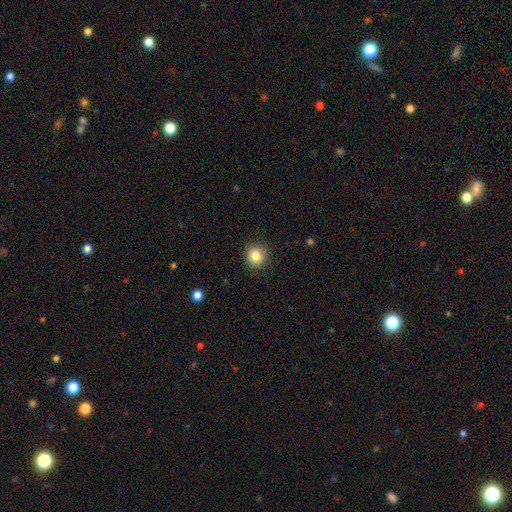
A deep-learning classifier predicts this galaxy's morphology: Smooth or featured? smooth (83%)
How rounded? round (90%)
Merging? none (90%)